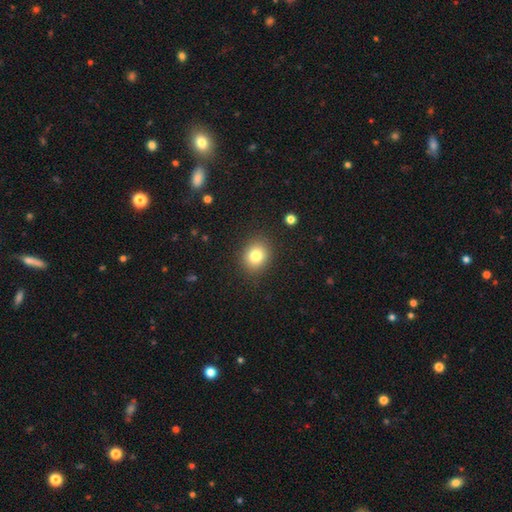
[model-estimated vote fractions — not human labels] Smooth or featured? smooth (81%)
How rounded? round (67%)
Merging? none (88%)